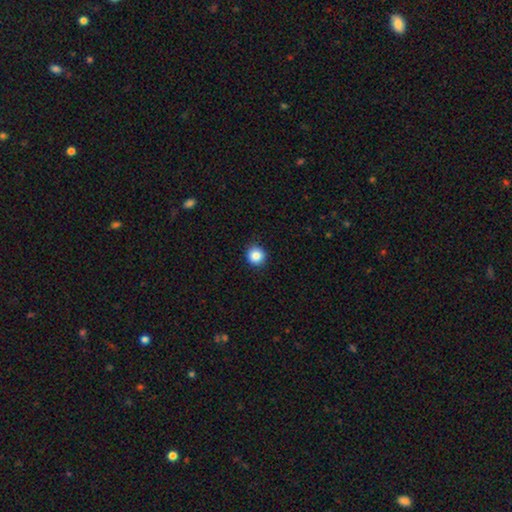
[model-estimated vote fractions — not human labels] Smooth or featured? Predicted: smooth (p=0.85). How rounded? Predicted: round (p=0.92). Merging? Predicted: none (p=0.91).